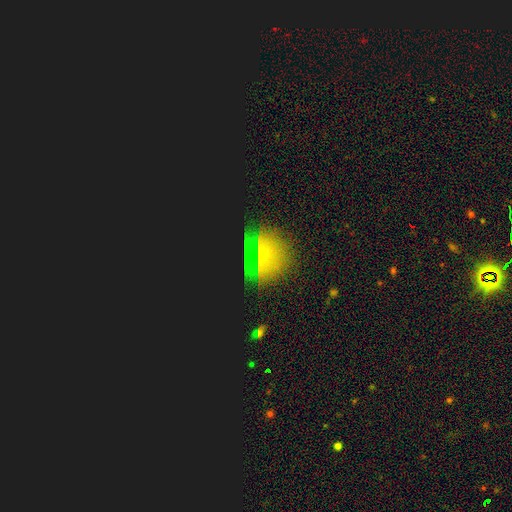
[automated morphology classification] smooth_or_featured: star or artifact (p=0.55) [alt: smooth p=0.27]